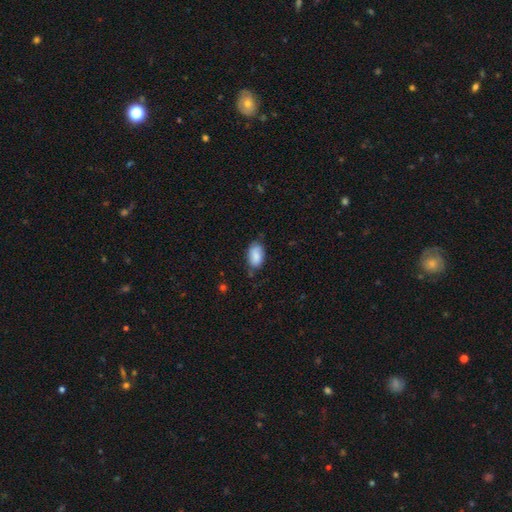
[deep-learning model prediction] The model was most divided on "merging": none: 65%, minor disturbance: 27%, major disturbance: 5%, merger: 2%. More confident: how rounded — in between (93%); smooth or featured — smooth (85%).